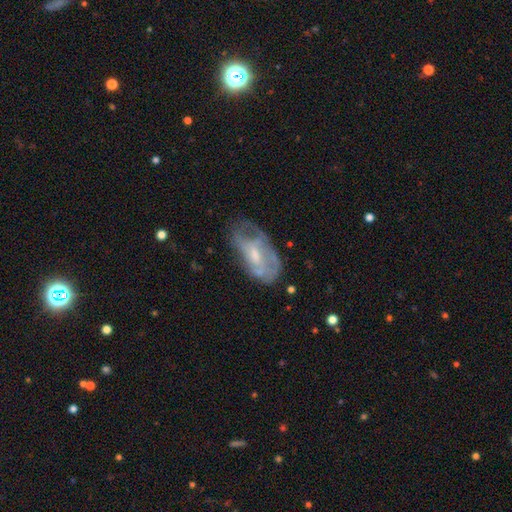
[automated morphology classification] A featured or disk galaxy (59%) with no bar (58%), no spiral arms (56%) and a moderate central bulge (43%).

Vote fractions:
- Smooth or featured? featured or disk: 59% / smooth: 34% / star or artifact: 8%
- Edge-on disk? no: 93% / yes: 7%
- Bar? no: 58% / weak: 34% / strong: 7%
- Spiral arms? no: 56% / yes: 44%
- Bulge size? moderate: 43% / small: 41% / none: 11% / large: 4% / dominant: 1%
- Merging? none: 45% / minor disturbance: 28% / major disturbance: 23% / merger: 3%